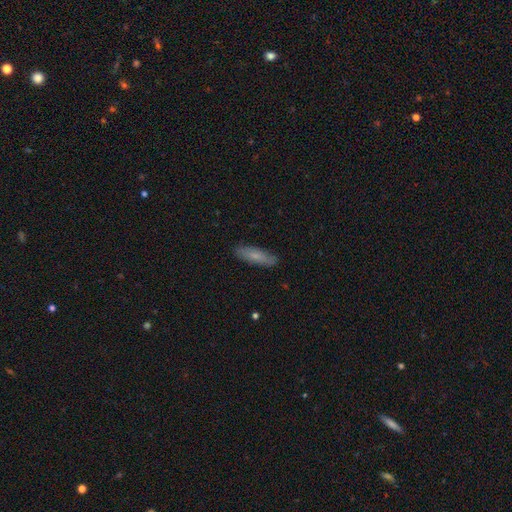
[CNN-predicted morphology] This appears to be a smooth galaxy with no disk features (74%) that is cigar-shaped (68%). Merging: none (86%).